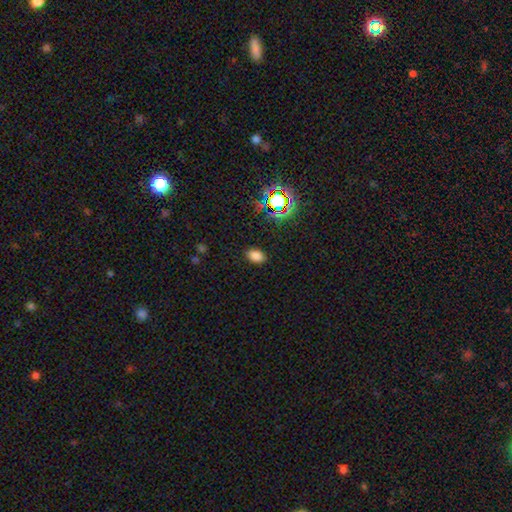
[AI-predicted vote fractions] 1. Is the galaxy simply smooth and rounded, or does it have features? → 78% smooth, 17% star or artifact, 5% featured or disk.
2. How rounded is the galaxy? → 87% in between, 11% round, 1% cigar-shaped.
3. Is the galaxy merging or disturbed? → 87% none, 9% minor disturbance, 3% major disturbance, 1% merger.